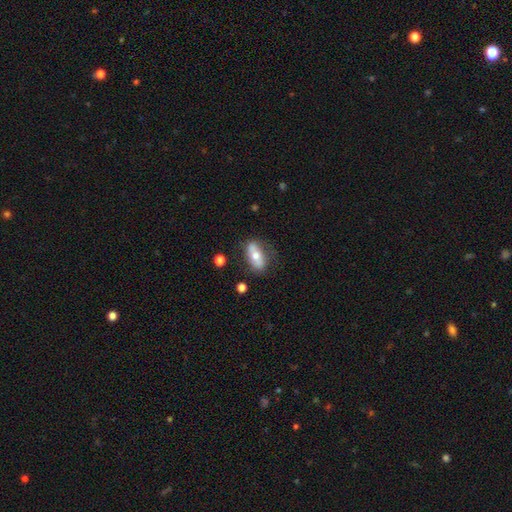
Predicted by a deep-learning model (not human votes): Smooth or featured? smooth (55%)
How rounded? in between (82%)
Merging? none (70%)